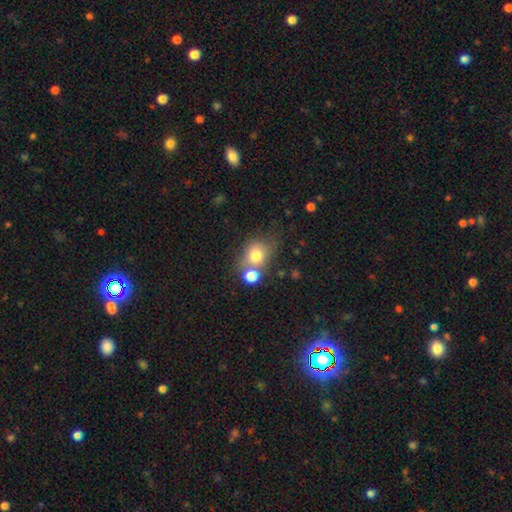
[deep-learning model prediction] This appears to be a smooth galaxy with no disk features (74%) that is round (66%). Merging: none (46%).